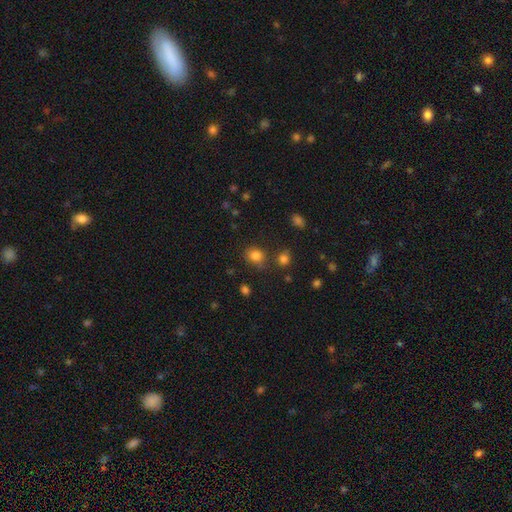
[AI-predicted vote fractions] Smooth or featured: smooth — 81% (star or artifact — 13%)
How rounded: round — 66% (in between — 33%)
Merging: none — 71% (minor disturbance — 15%)